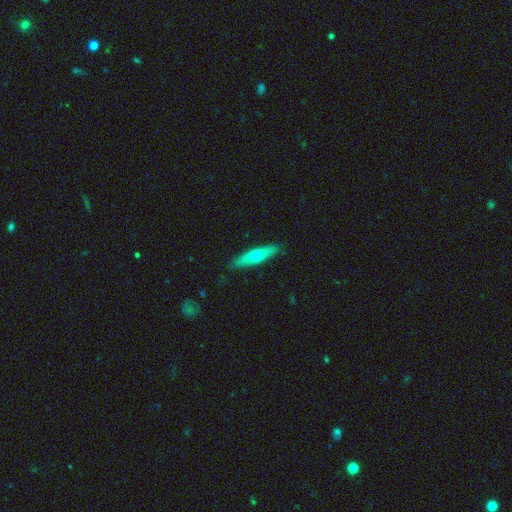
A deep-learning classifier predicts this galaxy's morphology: Q: Smooth or featured?
A: smooth (55%); runner-up: featured or disk (40%)
Q: How rounded?
A: cigar-shaped (78%); runner-up: in between (20%)
Q: Merging?
A: none (88%); runner-up: minor disturbance (9%)